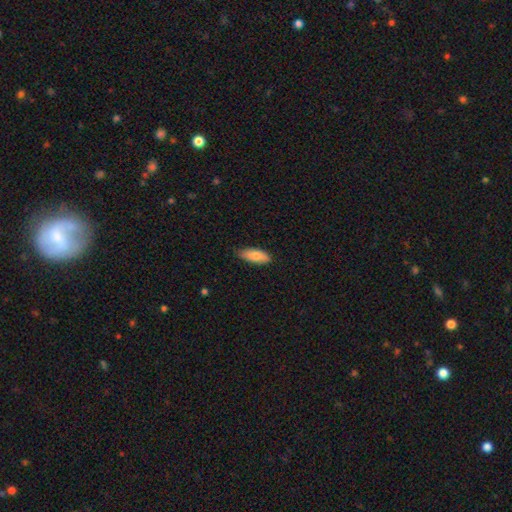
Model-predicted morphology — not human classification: A smooth galaxy with no disk features (81%) that is in between round and cigar-shaped (76%).

Vote fractions:
- Smooth or featured? smooth: 81% / featured or disk: 13% / star or artifact: 6%
- How rounded? in between: 76% / cigar-shaped: 22% / round: 2%
- Merging? none: 82% / minor disturbance: 15% / major disturbance: 2% / merger: 1%